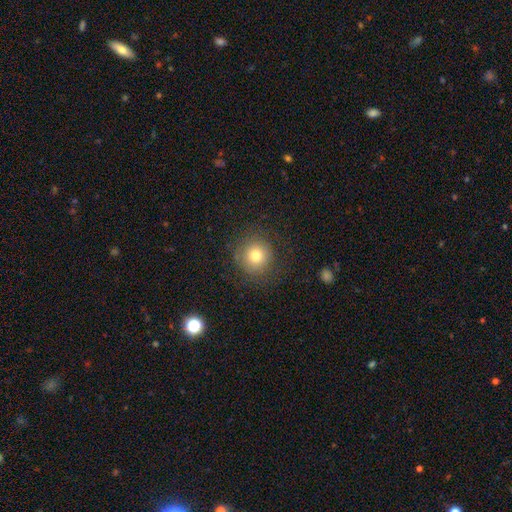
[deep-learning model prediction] Q: Smooth or featured?
A: smooth (76%); runner-up: star or artifact (13%)
Q: How rounded?
A: round (93%); runner-up: in between (6%)
Q: Merging?
A: none (84%); runner-up: minor disturbance (10%)